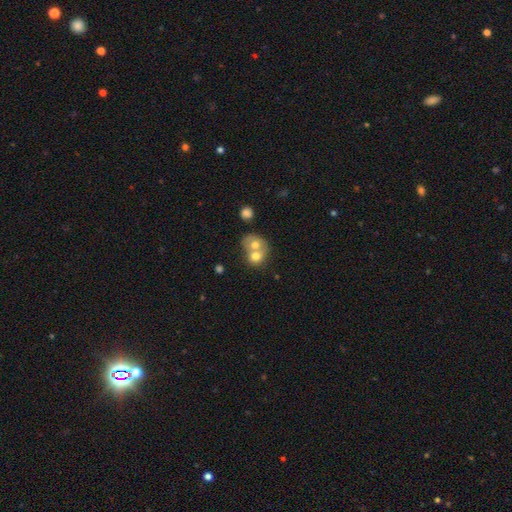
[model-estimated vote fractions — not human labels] The model was most divided on "how rounded": round: 64%, in between: 36%, cigar-shaped: 1%. More confident: merging — merger (71%); smooth or featured — smooth (66%).